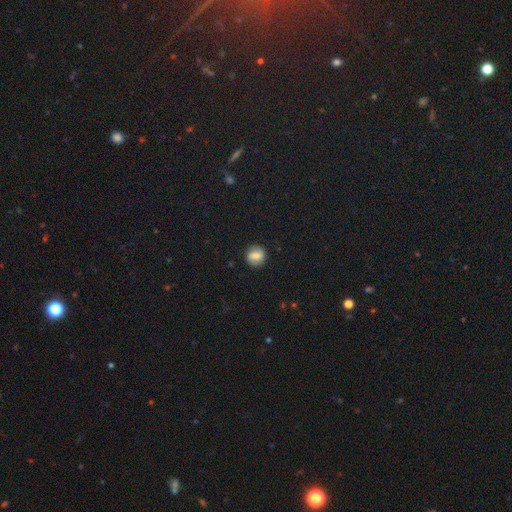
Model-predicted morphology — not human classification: smooth_or_featured: smooth (p=0.62) [alt: featured or disk p=0.29]
how_rounded: round (p=0.83) [alt: in between p=0.16]
merging: none (p=0.85) [alt: minor disturbance p=0.11]